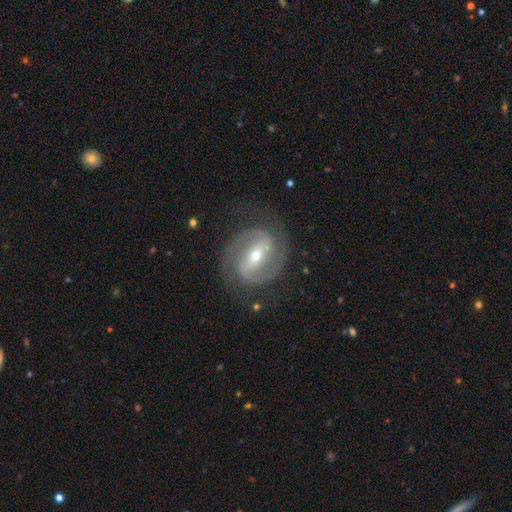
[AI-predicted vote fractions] Smooth or featured?
  - featured or disk: 90% *
  - smooth: 5%
  - star or artifact: 5%
Edge-on disk?
  - no: 97% *
  - yes: 3%
Bar?
  - strong: 60% *
  - weak: 28%
  - no: 12%
Spiral arms?
  - yes: 97% *
  - no: 3%
Spiral winding?
  - medium: 50% *
  - tight: 40%
  - loose: 10%
Spiral arm count?
  - 2: 92% *
  - can't tell: 3%
  - 3: 2%
  - 1: 1%
  - 4: 1%
  - more than 4: 1%
Bulge size?
  - small: 57% *
  - moderate: 39%
  - large: 2%
  - none: 1%
  - dominant: 1%
Merging?
  - none: 80% *
  - minor disturbance: 12%
  - major disturbance: 6%
  - merger: 1%